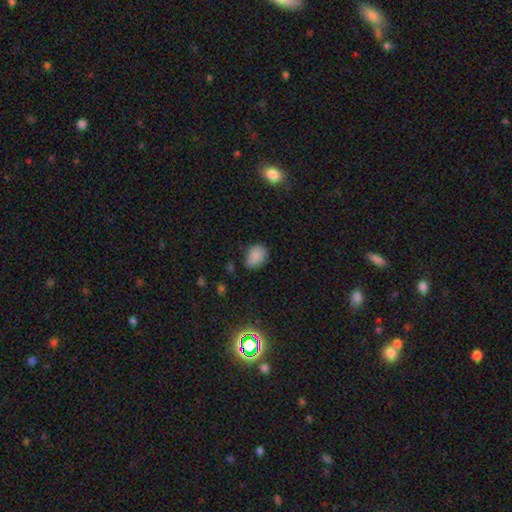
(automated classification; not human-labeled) This appears to be a smooth galaxy with no disk features (84%) that is in between round and cigar-shaped (71%). Merging: none (60%).